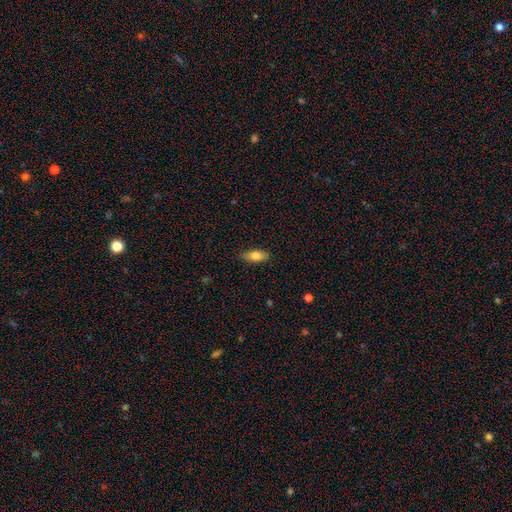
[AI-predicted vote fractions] A smooth galaxy with no disk features (76%) that is in between round and cigar-shaped (79%). Merging: none (85%).